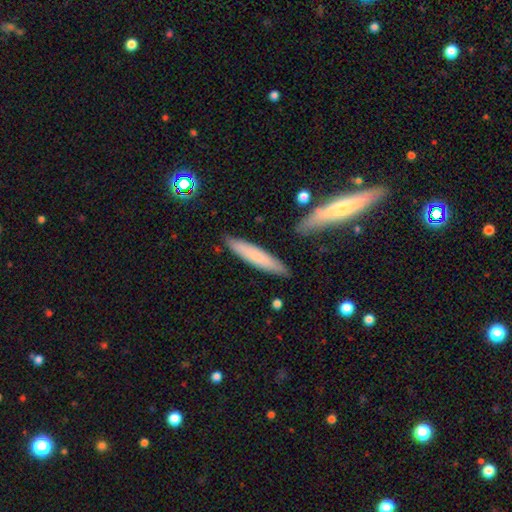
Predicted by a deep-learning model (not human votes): A smooth galaxy with no disk features (71%) that is cigar-shaped (86%).

Vote fractions:
- Smooth or featured? smooth: 71% / featured or disk: 22% / star or artifact: 7%
- How rounded? cigar-shaped: 86% / in between: 13% / round: 1%
- Merging? none: 84% / minor disturbance: 10% / merger: 4% / major disturbance: 2%